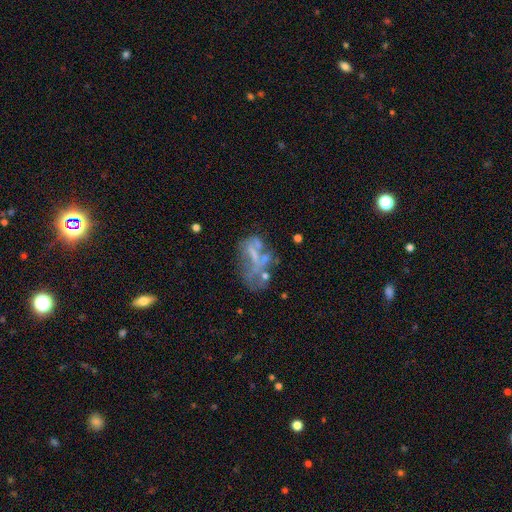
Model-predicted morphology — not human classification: The model was most divided on "merging": major disturbance: 35%, none: 29%, merger: 19%, minor disturbance: 17%. More confident: edge-on disk — no (96%); spiral arms — no (88%); bar — no (76%); bulge size — none (66%); smooth or featured — featured or disk (56%).